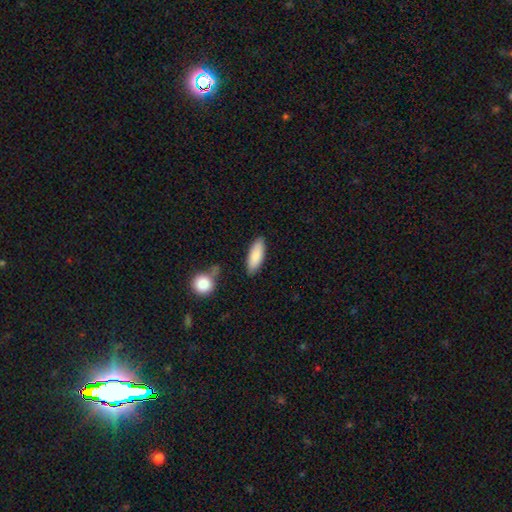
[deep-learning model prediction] Smooth or featured?
  - smooth: 86% *
  - featured or disk: 8%
  - star or artifact: 6%
How rounded?
  - in between: 67% *
  - cigar-shaped: 32%
  - round: 2%
Merging?
  - none: 80% *
  - minor disturbance: 13%
  - merger: 4%
  - major disturbance: 3%